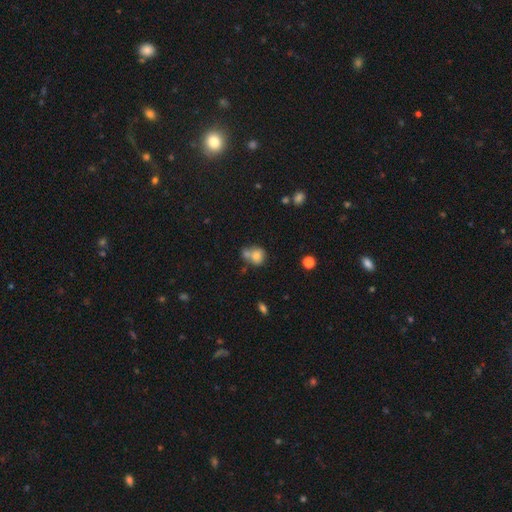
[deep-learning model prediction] smooth_or_featured: smooth (p=0.75) [alt: featured or disk p=0.14]
how_rounded: round (p=0.65) [alt: in between p=0.34]
merging: merger (p=0.39) [alt: none p=0.38]